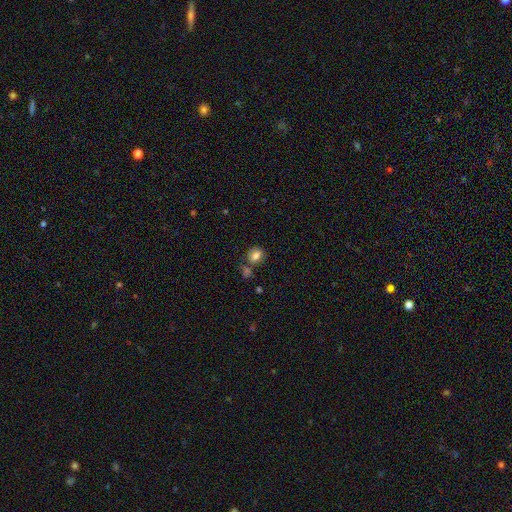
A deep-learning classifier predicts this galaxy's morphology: Smooth or featured? smooth (79%)
How rounded? in between (52%)
Merging? none (63%)